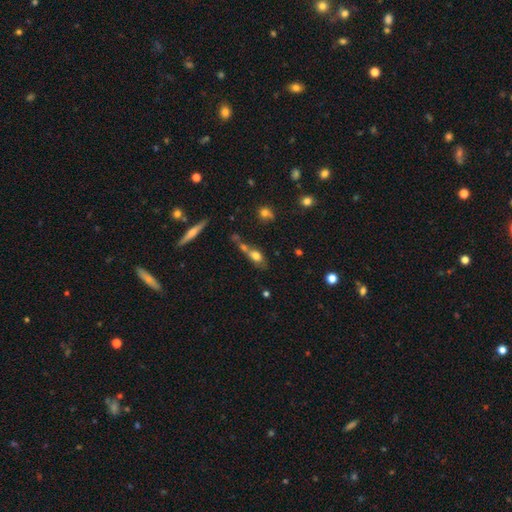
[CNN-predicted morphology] A smooth galaxy with no disk features (69%) that is in between round and cigar-shaped (69%).

Vote fractions:
- Smooth or featured? smooth: 69% / featured or disk: 19% / star or artifact: 12%
- How rounded? in between: 69% / round: 17% / cigar-shaped: 14%
- Merging? merger: 42% / none: 34% / minor disturbance: 15% / major disturbance: 9%